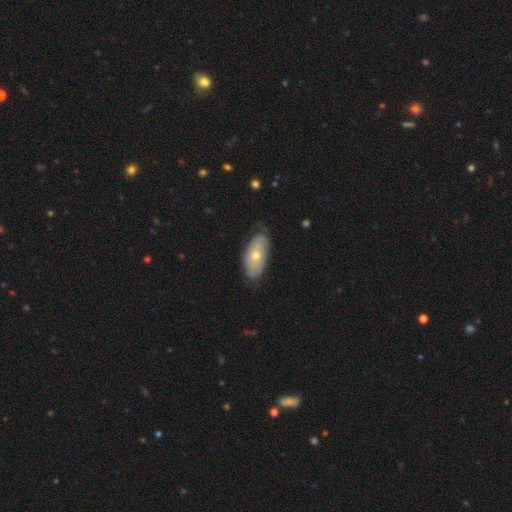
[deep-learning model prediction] A featured or disk galaxy (49%). Merging: none (71%).